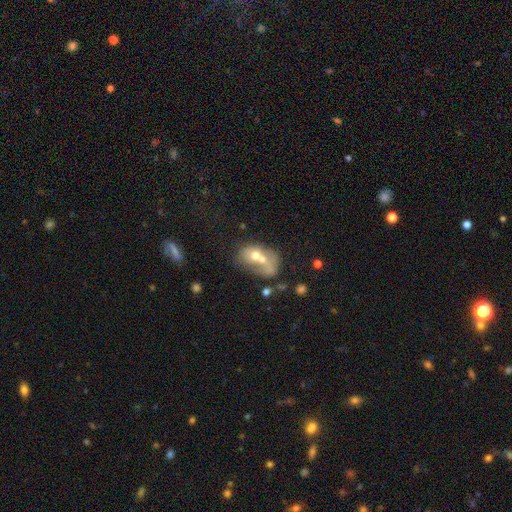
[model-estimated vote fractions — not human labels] Smooth or featured: smooth — 57% (featured or disk — 34%)
How rounded: in between — 64% (round — 35%)
Merging: merger — 69% (none — 13%)